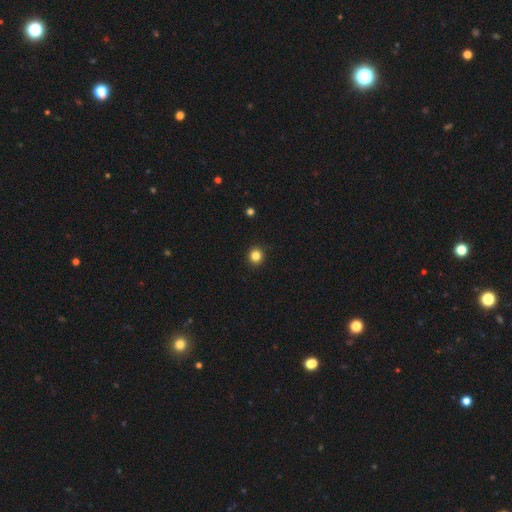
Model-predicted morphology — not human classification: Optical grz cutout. It shows a smooth galaxy with no disk features (84%) that is round (93%). Merging: none (92%).